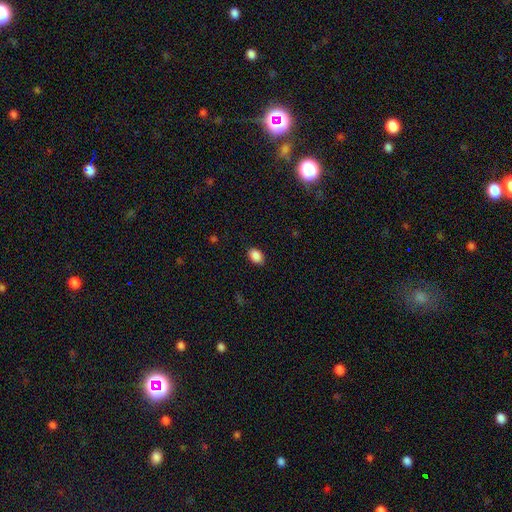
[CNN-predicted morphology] This appears to be a smooth galaxy with no disk features (89%) that is in between round and cigar-shaped (82%). Merging: none (84%).